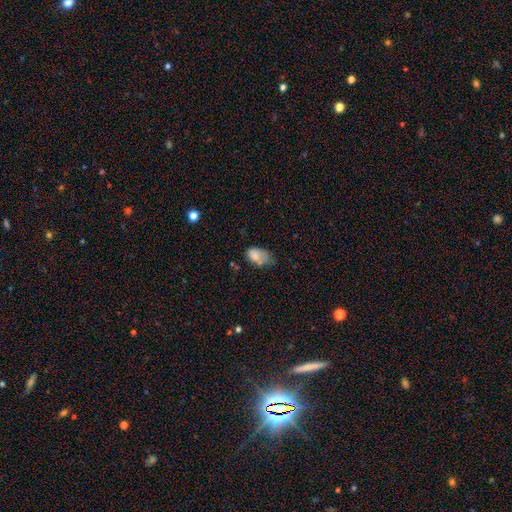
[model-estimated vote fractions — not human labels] smooth_or_featured: smooth (p=0.77) [alt: featured or disk p=0.14]
how_rounded: in between (p=0.87) [alt: round p=0.12]
merging: minor disturbance (p=0.39) [alt: none p=0.34]